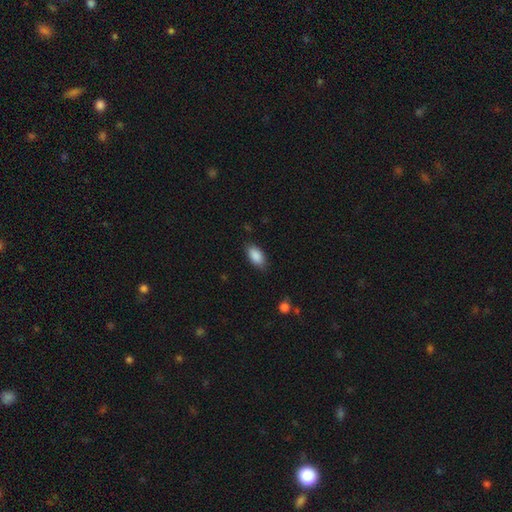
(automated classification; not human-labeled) This is clearly a smooth galaxy (89%). How rounded: clearly in between (92%). Merging: clearly none (82%).